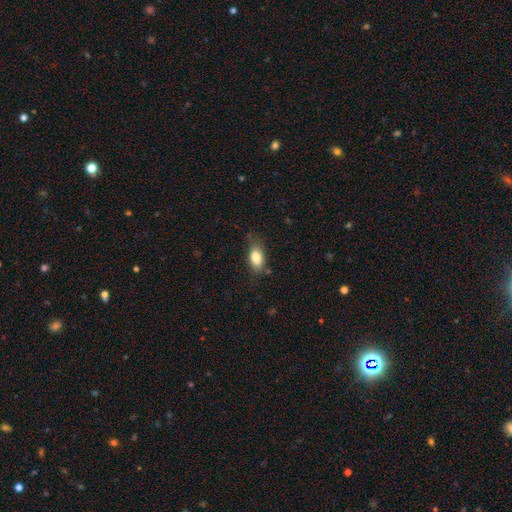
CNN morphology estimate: smooth-or-featured: smooth: 84% | featured or disk: 9% | star or artifact: 8%
  how-rounded: in between: 87% | cigar-shaped: 7% | round: 6%
  merging: none: 71% | minor disturbance: 22% | major disturbance: 6% | merger: 2%